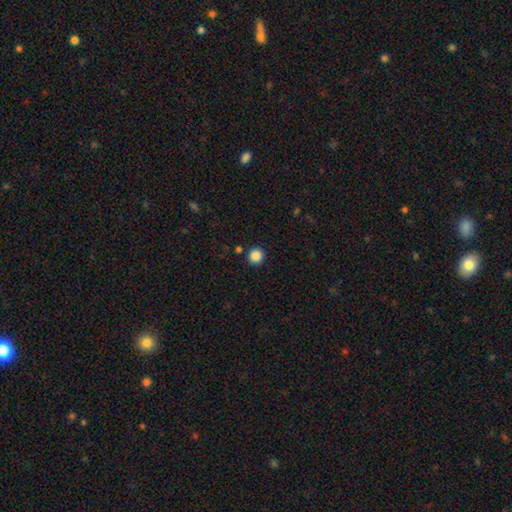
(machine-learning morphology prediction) Smooth or featured: smooth — 87% (star or artifact — 11%)
How rounded: round — 94% (in between — 5%)
Merging: none — 91% (minor disturbance — 5%)